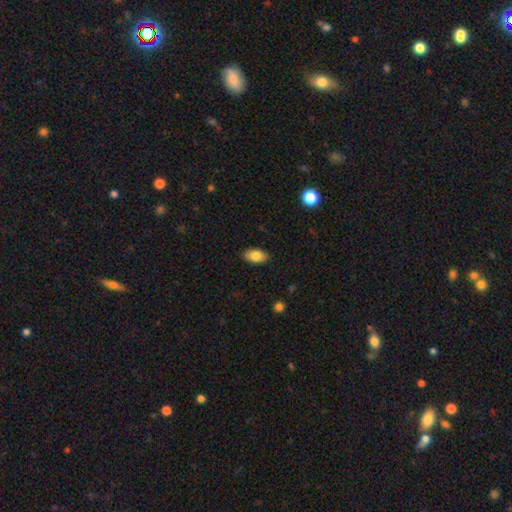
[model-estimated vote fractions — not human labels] Morphology: type=smooth (82%); roundness=in between (92%); merging=none (88%).